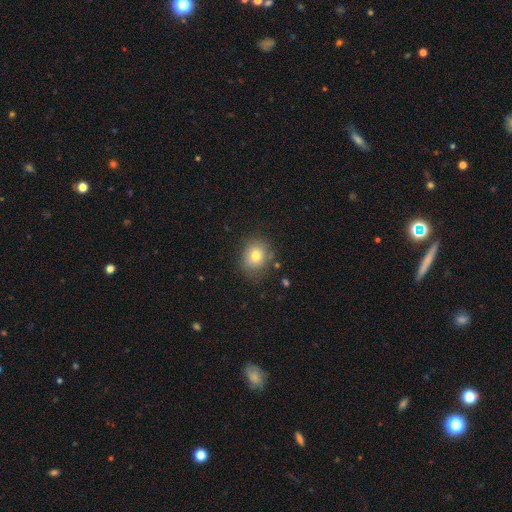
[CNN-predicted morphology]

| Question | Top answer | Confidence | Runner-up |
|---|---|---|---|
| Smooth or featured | smooth | 77% | featured or disk (13%) |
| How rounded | round | 71% | in between (28%) |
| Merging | none | 76% | minor disturbance (17%) |